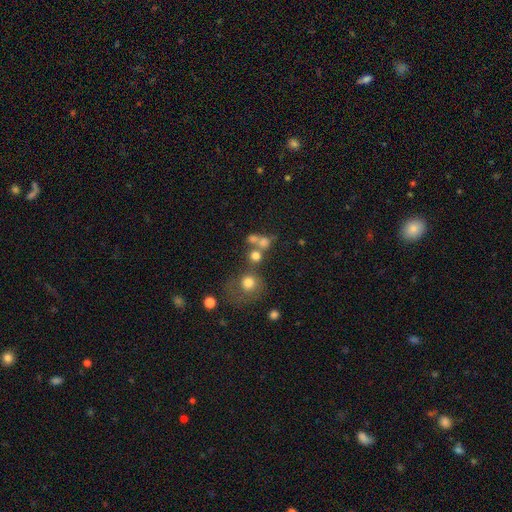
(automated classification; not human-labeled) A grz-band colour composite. It shows a smooth galaxy with no disk features (68%) that is round (81%). Merging: none (42%).